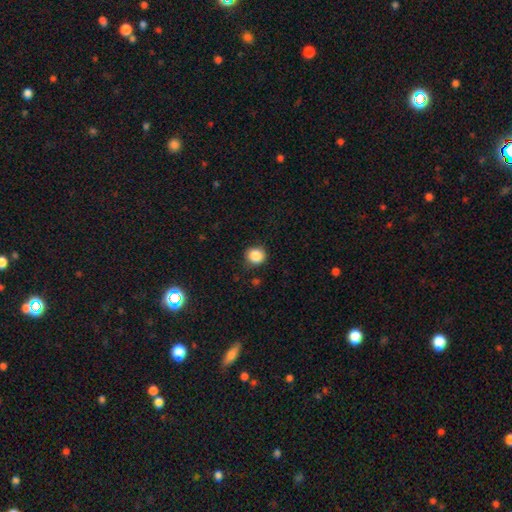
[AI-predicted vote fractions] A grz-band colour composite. It shows a smooth galaxy with no disk features (86%) that is round (89%). Merging: none (85%).